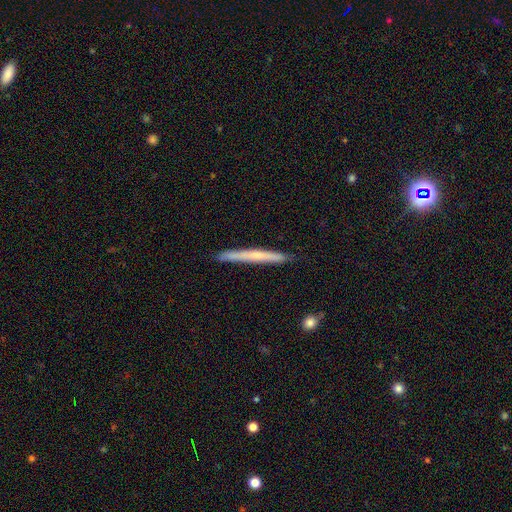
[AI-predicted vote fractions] smooth 47% (tied), featured or disk 47% (tied), star or artifact 6%. Down the decision tree: merging — none (88%).